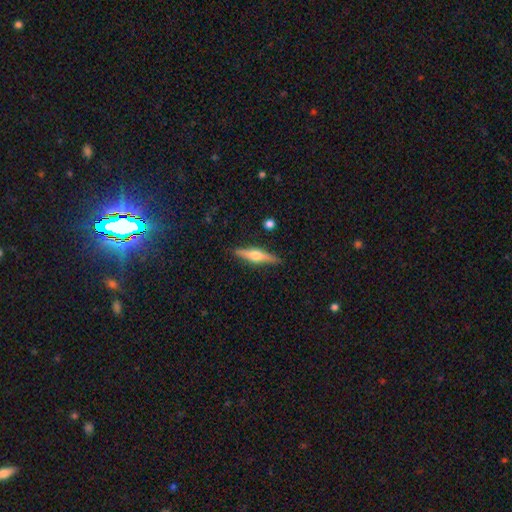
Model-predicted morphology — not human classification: Smooth or featured? Predicted: featured or disk (p=0.63). Edge-on disk? Predicted: yes (p=0.96). Edge-on bulge? Predicted: rounded (p=0.94). Merging? Predicted: none (p=0.88).